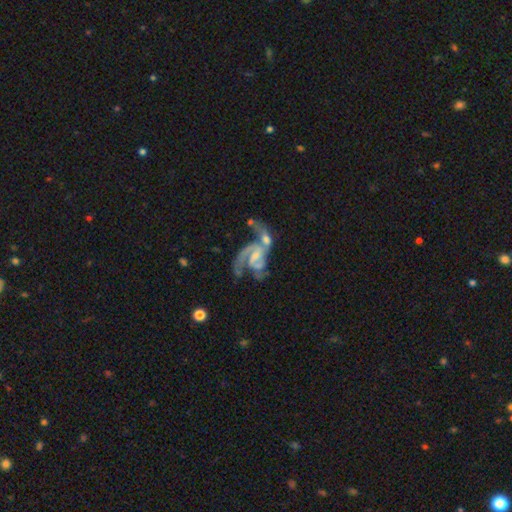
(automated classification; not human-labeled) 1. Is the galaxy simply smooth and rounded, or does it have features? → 87% featured or disk, 7% smooth, 6% star or artifact.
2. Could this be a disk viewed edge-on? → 98% no, 2% yes.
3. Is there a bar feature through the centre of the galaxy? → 44% weak, 36% no, 19% strong.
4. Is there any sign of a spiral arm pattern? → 94% yes, 6% no.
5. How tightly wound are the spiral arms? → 50% medium, 29% loose, 21% tight.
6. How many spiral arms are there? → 71% 2, 10% 3, 8% 1, 7% can't tell, 2% 4, 2% more than 4.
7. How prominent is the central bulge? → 48% small, 25% moderate, 23% none, 3% large, 1% dominant.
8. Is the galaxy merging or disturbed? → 47% merger, 22% major disturbance, 19% none, 12% minor disturbance.